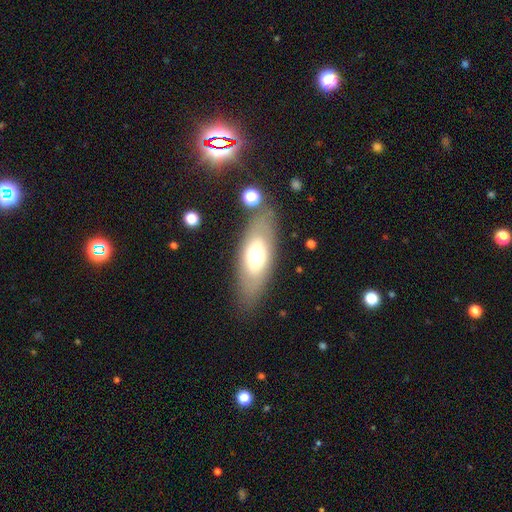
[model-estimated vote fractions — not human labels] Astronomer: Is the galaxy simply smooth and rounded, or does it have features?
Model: smooth — 60%.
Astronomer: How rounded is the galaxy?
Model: in between — 77%.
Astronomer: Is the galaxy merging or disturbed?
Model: none — 79%.